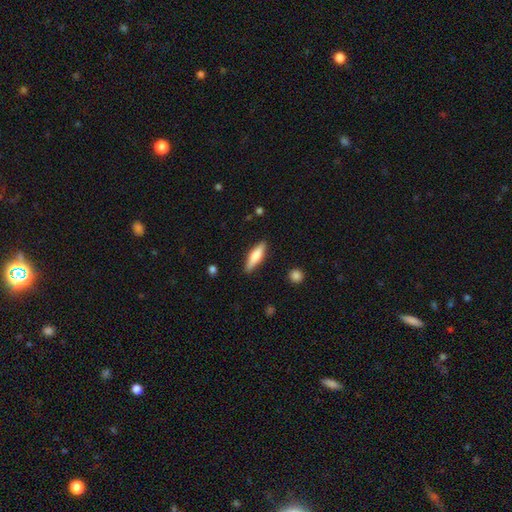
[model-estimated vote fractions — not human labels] smooth 64%, featured or disk 30%, star or artifact 6%. Down the decision tree: how rounded — cigar-shaped (64%); merging — none (86%).